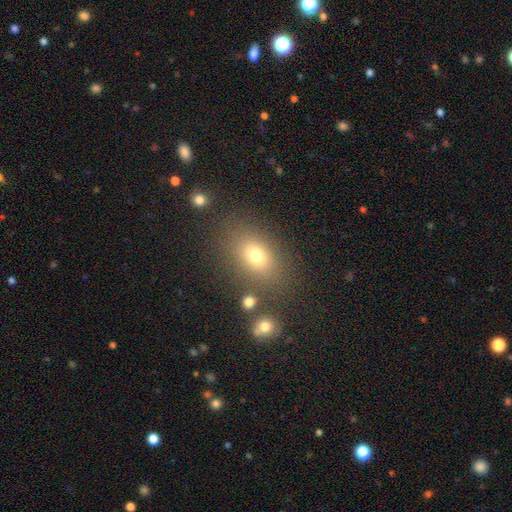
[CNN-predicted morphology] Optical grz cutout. It shows a smooth galaxy with no disk features (73%) that is in between round and cigar-shaped (74%). Merging: none (79%).